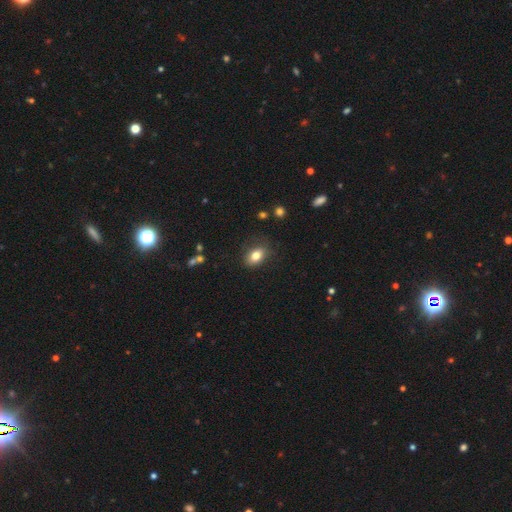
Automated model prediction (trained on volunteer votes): Smooth or featured?
  - smooth: 80% *
  - featured or disk: 10%
  - star or artifact: 9%
How rounded?
  - in between: 81% *
  - round: 18%
  - cigar-shaped: 2%
Merging?
  - none: 78% *
  - minor disturbance: 16%
  - major disturbance: 4%
  - merger: 2%